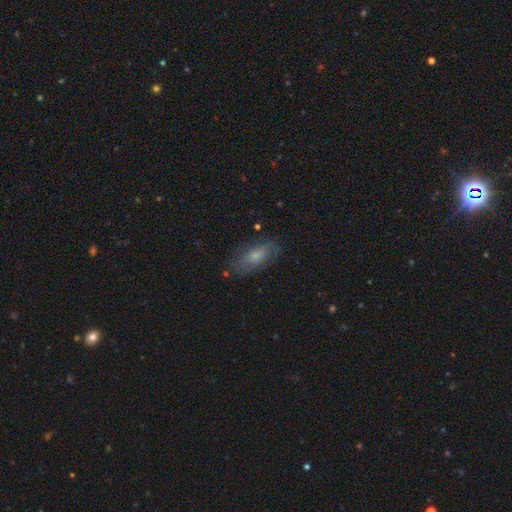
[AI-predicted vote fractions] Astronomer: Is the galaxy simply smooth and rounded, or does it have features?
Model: smooth — 54% (runner-up: featured or disk, 37%).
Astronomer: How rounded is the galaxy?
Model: in between — 78%.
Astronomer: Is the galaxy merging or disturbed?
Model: none — 75%.